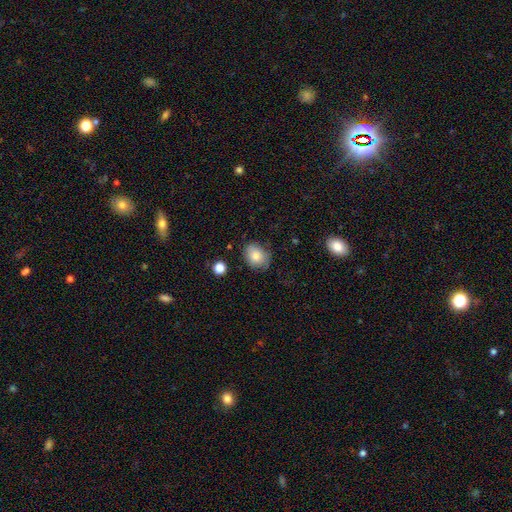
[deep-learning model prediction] A smooth galaxy with no disk features (79%) that is round (56%).

Vote fractions:
- Smooth or featured? smooth: 79% / featured or disk: 13% / star or artifact: 9%
- How rounded? round: 56% / in between: 43% / cigar-shaped: 1%
- Merging? none: 71% / minor disturbance: 22% / major disturbance: 5% / merger: 2%